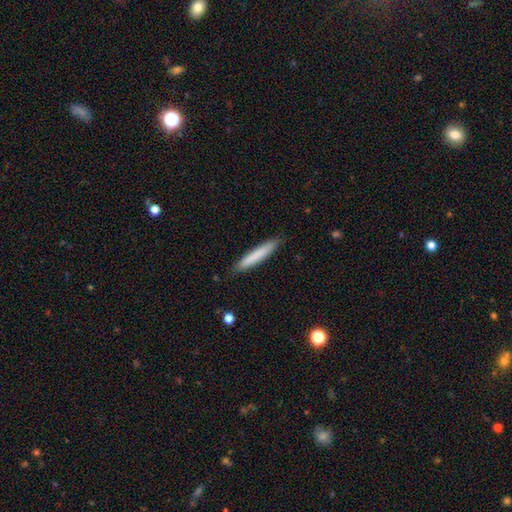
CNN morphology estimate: Smooth or featured? Predicted: smooth (p=0.79). How rounded? Predicted: cigar-shaped (p=0.94). Merging? Predicted: none (p=0.89).